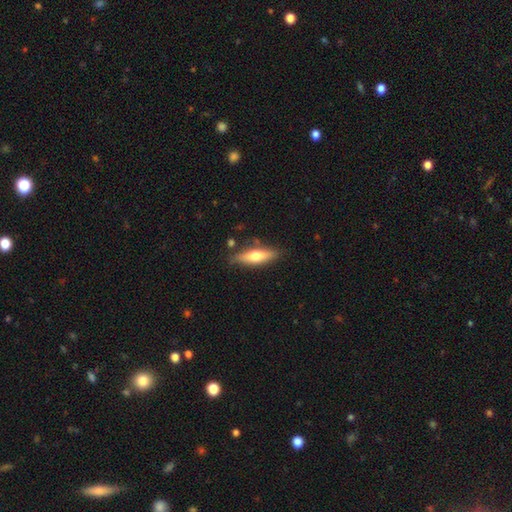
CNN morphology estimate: A smooth galaxy with no disk features (57%) that is cigar-shaped (61%).

Vote fractions:
- Smooth or featured? smooth: 57% / featured or disk: 38% / star or artifact: 6%
- How rounded? cigar-shaped: 61% / in between: 37% / round: 2%
- Merging? none: 80% / minor disturbance: 14% / merger: 3% / major disturbance: 3%